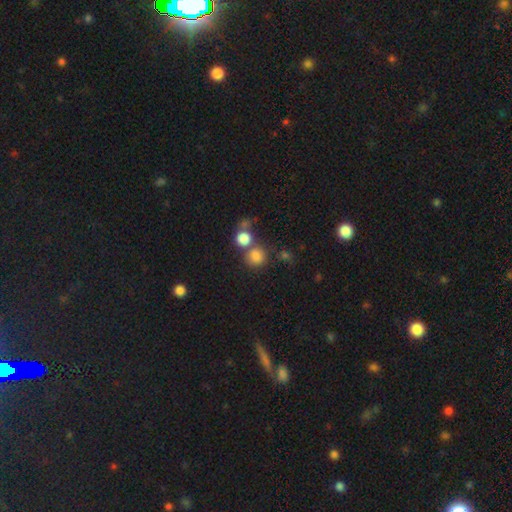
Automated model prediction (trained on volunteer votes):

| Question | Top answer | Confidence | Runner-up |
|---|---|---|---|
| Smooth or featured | smooth | 79% | star or artifact (13%) |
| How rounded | round | 84% | in between (15%) |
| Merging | none | 52% | merger (33%) |